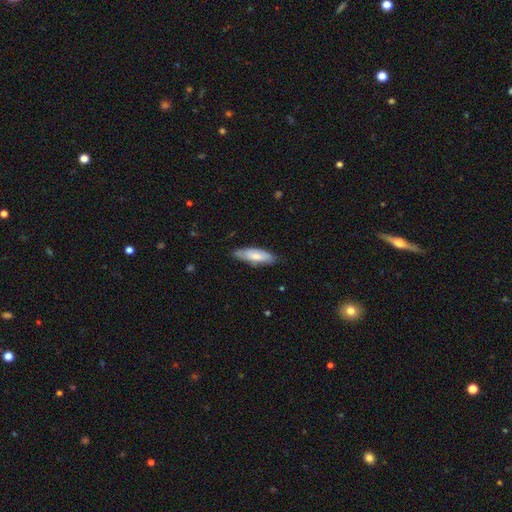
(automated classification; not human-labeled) Q: Smooth or featured?
A: smooth (67%); runner-up: featured or disk (28%)
Q: How rounded?
A: in between (54%); runner-up: cigar-shaped (44%)
Q: Merging?
A: none (78%); runner-up: minor disturbance (18%)